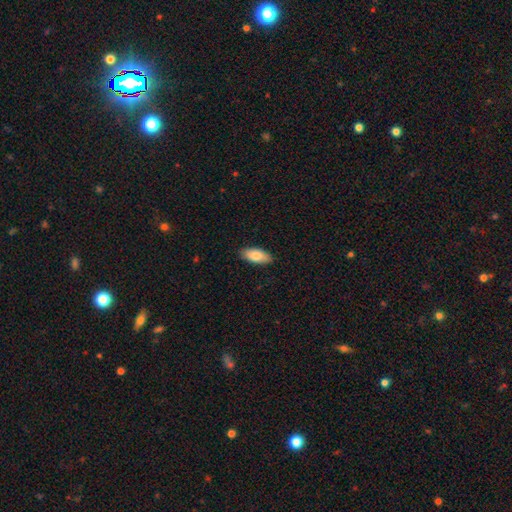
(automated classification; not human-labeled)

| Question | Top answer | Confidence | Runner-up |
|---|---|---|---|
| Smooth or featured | smooth | 84% | featured or disk (10%) |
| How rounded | in between | 87% | cigar-shaped (11%) |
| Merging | none | 88% | minor disturbance (9%) |